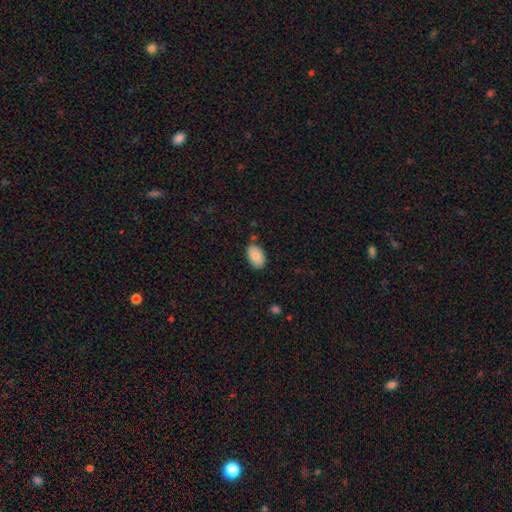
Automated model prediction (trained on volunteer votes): smooth-or-featured: smooth: 87% | star or artifact: 7% | featured or disk: 6%
  how-rounded: in between: 93% | round: 6% | cigar-shaped: 1%
  merging: none: 77% | minor disturbance: 16% | merger: 3% | major disturbance: 3%